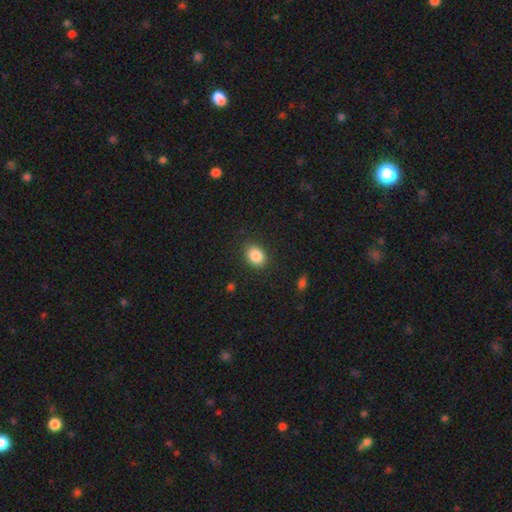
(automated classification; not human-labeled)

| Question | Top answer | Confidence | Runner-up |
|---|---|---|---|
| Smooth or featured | smooth | 86% | star or artifact (8%) |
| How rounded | in between | 61% | round (38%) |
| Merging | none | 87% | minor disturbance (9%) |